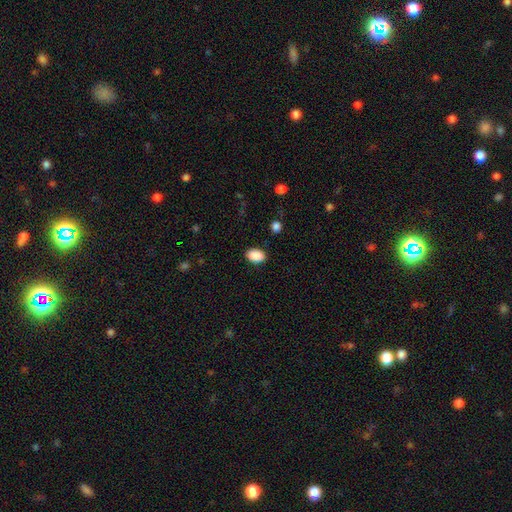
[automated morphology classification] The model was most divided on "how rounded": in between: 84%, round: 14%, cigar-shaped: 1%. More confident: smooth or featured — smooth (90%); merging — none (88%).